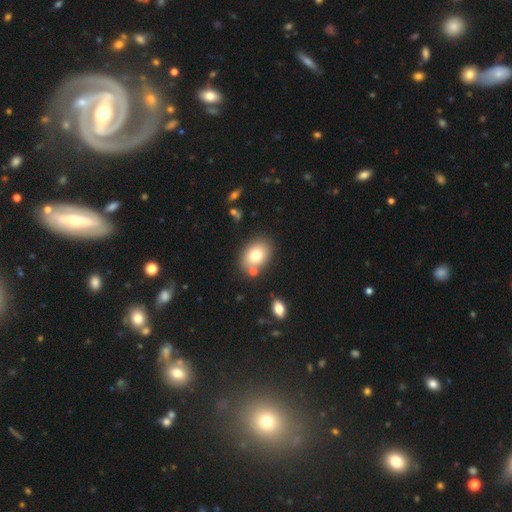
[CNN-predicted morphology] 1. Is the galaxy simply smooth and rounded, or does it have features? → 76% smooth, 15% featured or disk, 10% star or artifact.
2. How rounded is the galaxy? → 72% in between, 27% round, 1% cigar-shaped.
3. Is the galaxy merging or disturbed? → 77% none, 11% minor disturbance, 9% merger, 3% major disturbance.